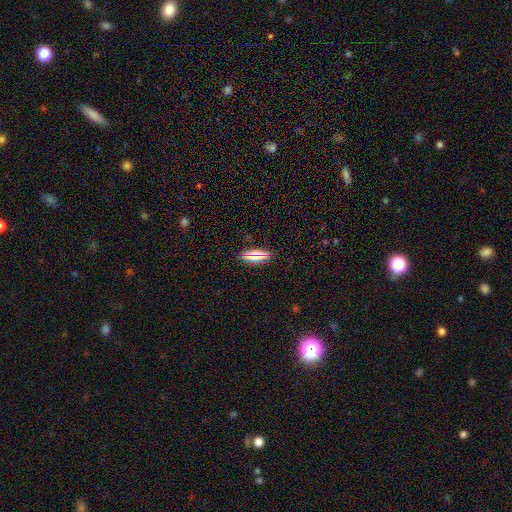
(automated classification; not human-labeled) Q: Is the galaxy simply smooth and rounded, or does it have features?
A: smooth — 67%.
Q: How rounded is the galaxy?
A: in between — 69%.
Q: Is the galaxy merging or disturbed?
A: none — 84%.